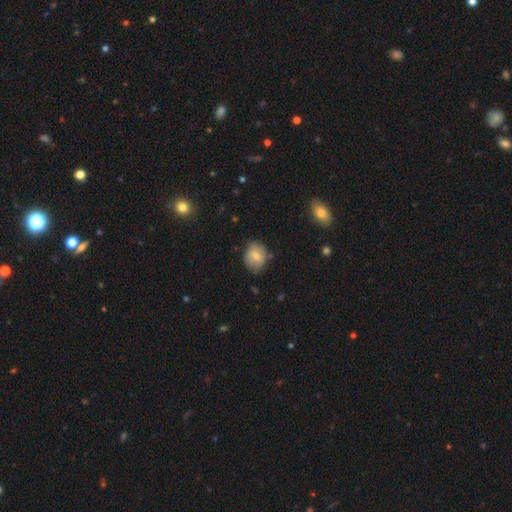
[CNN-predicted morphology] smooth-or-featured: smooth: 77% | featured or disk: 16% | star or artifact: 8%
  how-rounded: in between: 50% | round: 49% | cigar-shaped: 1%
  merging: none: 72% | minor disturbance: 22% | major disturbance: 4% | merger: 2%